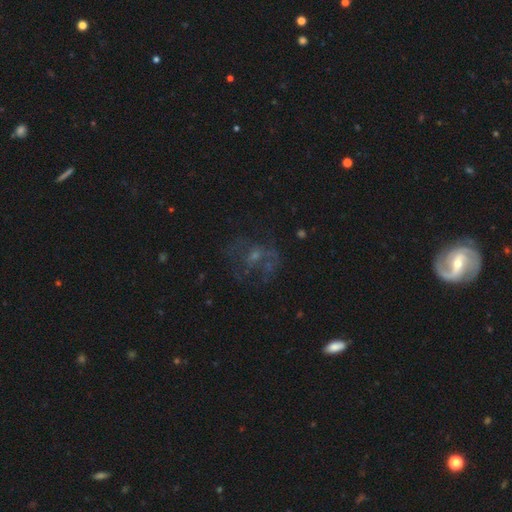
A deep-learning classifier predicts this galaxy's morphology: Smooth or featured?
  - featured or disk: 52% *
  - star or artifact: 24%
  - smooth: 23%
Edge-on disk?
  - no: 97% *
  - yes: 3%
Bar?
  - no: 73% *
  - weak: 22%
  - strong: 5%
Spiral arms?
  - no: 61% *
  - yes: 39%
Bulge size?
  - small: 49% *
  - moderate: 28%
  - none: 19%
  - large: 3%
  - dominant: 1%
Merging?
  - none: 51% *
  - major disturbance: 28%
  - minor disturbance: 17%
  - merger: 4%